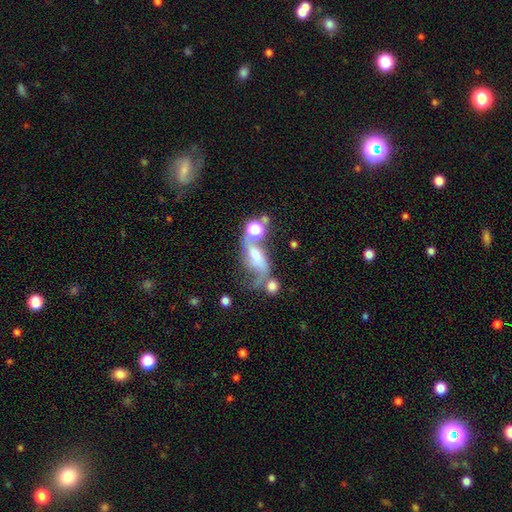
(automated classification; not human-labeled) Morphology: type=featured or disk (58%); edge-on=no (88%); bar=no (44%); spiral arms=yes (73%); bulge=moderate (48%); merging=merger (30%).